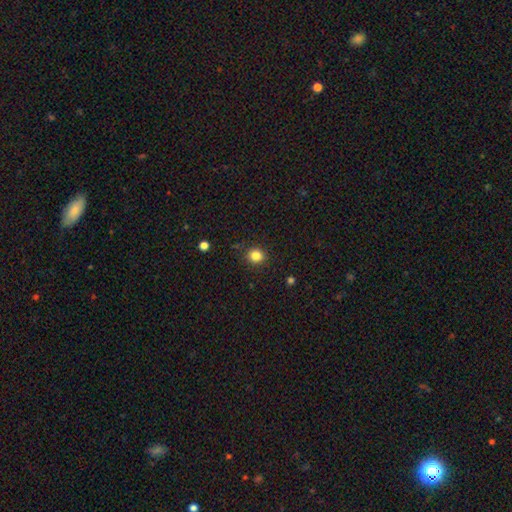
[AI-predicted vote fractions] Morphology: type=smooth (83%); roundness=round (82%); merging=none (88%).